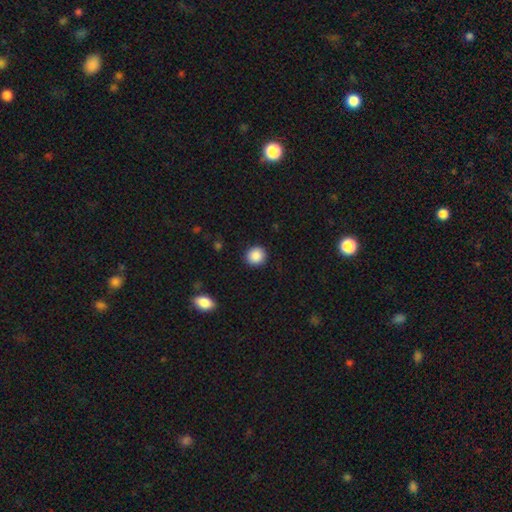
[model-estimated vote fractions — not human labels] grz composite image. It shows a smooth galaxy with no disk features (88%) that is round (92%). Merging: none (91%).